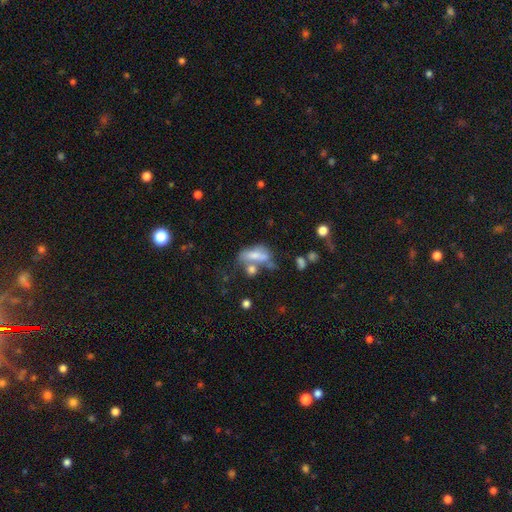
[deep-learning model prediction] A smooth galaxy with no disk features (62%) that is in between round and cigar-shaped (79%). Merging: merger (37%).